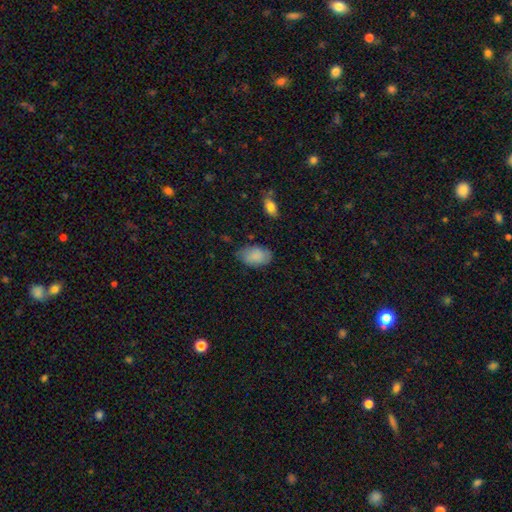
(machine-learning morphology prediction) smooth 85%, featured or disk 8%, star or artifact 7%. Down the decision tree: how rounded — in between (92%); merging — none (69%).